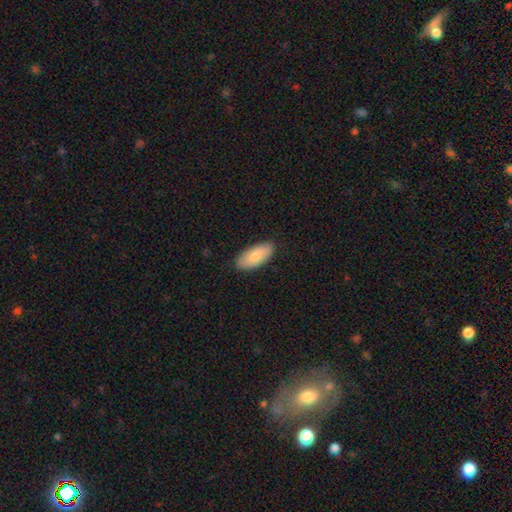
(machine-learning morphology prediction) Smooth or featured: smooth — 82% (featured or disk — 13%)
How rounded: in between — 91% (cigar-shaped — 7%)
Merging: none — 87% (minor disturbance — 11%)